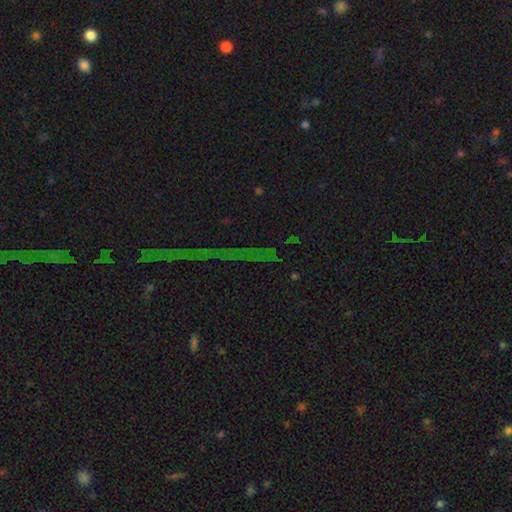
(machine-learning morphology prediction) Q: Smooth or featured?
A: star or artifact (79%); runner-up: featured or disk (10%)